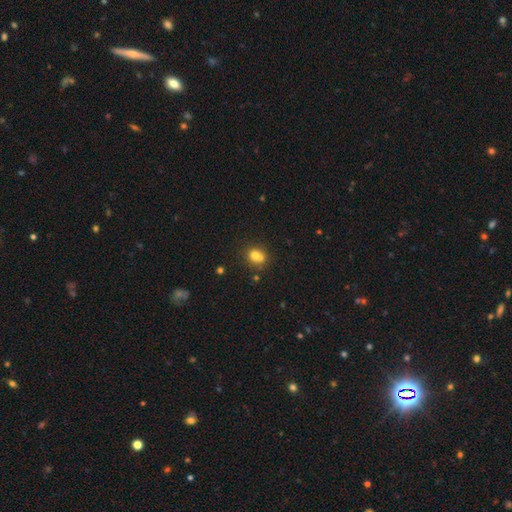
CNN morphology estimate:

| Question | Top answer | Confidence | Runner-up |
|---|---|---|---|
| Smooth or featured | smooth | 69% | featured or disk (17%) |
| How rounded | round | 70% | in between (29%) |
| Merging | merger | 52% | none (36%) |